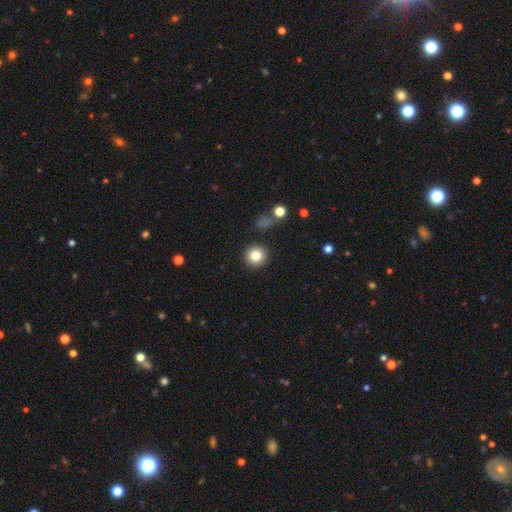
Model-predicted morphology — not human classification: A smooth galaxy with no disk features (83%) that is round (93%). Merging: none (89%).